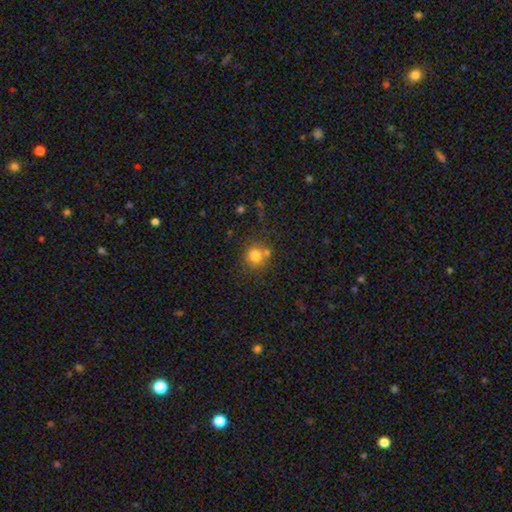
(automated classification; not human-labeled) smooth_or_featured: smooth (p=0.78) [alt: star or artifact p=0.13]
how_rounded: round (p=0.88) [alt: in between p=0.11]
merging: none (p=0.68) [alt: merger p=0.16]